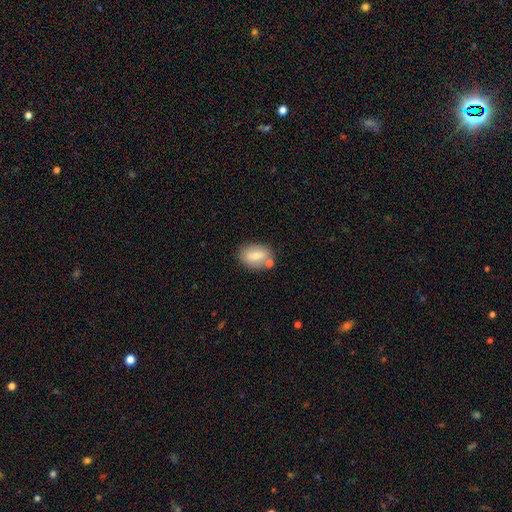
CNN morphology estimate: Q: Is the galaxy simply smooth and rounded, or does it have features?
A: smooth — 71%.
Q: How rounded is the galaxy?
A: in between — 79%.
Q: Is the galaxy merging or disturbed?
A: none — 71%.